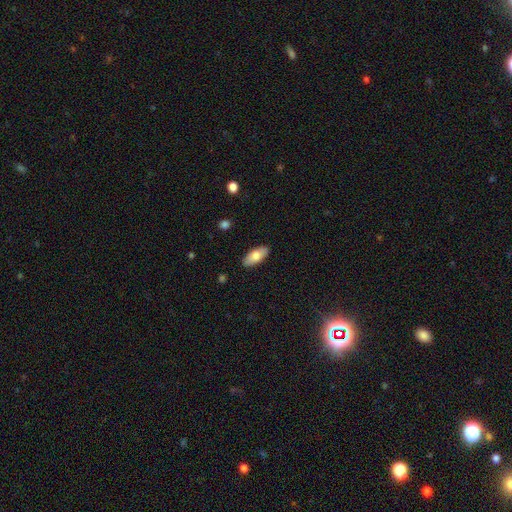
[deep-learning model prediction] This is likely a smooth galaxy (78%). How rounded: clearly in between (85%). Merging: clearly none (89%).